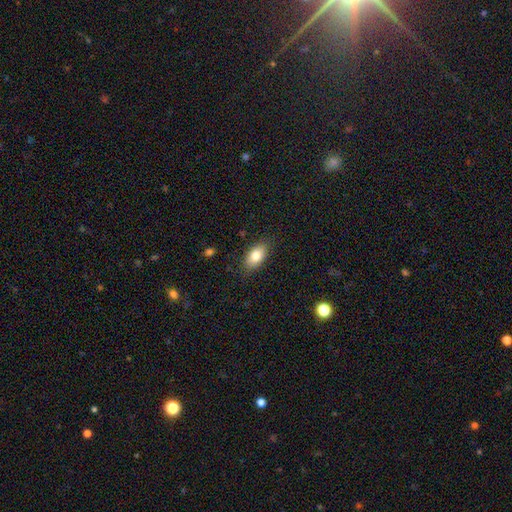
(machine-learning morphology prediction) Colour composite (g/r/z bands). It shows a smooth galaxy with no disk features (81%) that is in between round and cigar-shaped (91%). Merging: none (85%).